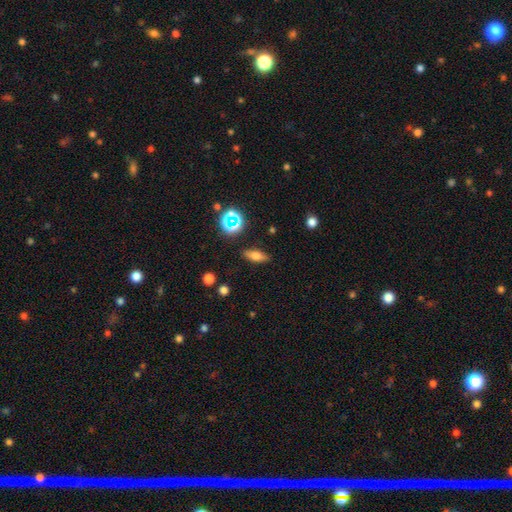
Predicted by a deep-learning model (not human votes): Smooth or featured?
  - smooth: 65% *
  - featured or disk: 21%
  - star or artifact: 14%
How rounded?
  - in between: 66% *
  - cigar-shaped: 27%
  - round: 6%
Merging?
  - none: 86% *
  - minor disturbance: 9%
  - major disturbance: 3%
  - merger: 2%